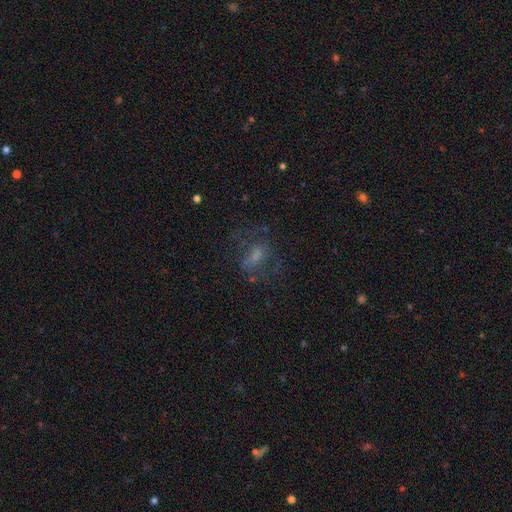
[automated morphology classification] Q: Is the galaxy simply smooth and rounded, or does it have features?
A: smooth — 42%.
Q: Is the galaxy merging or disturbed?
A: none — 49%.